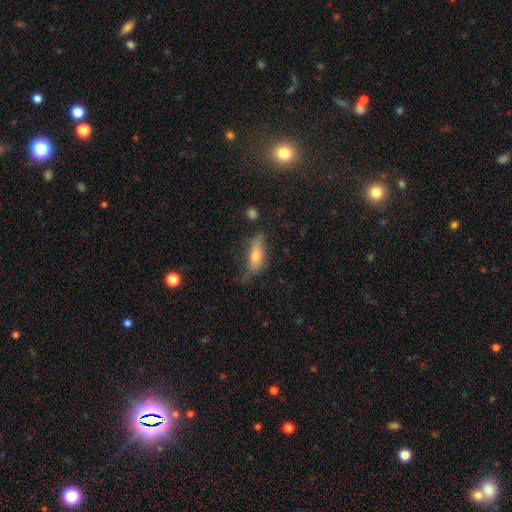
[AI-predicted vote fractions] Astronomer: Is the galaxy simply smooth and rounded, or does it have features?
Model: smooth — 52% (runner-up: featured or disk, 39%).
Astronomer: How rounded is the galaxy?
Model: cigar-shaped — 51% (runner-up: in between, 46%).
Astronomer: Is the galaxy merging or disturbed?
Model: none — 49% (runner-up: minor disturbance, 31%).